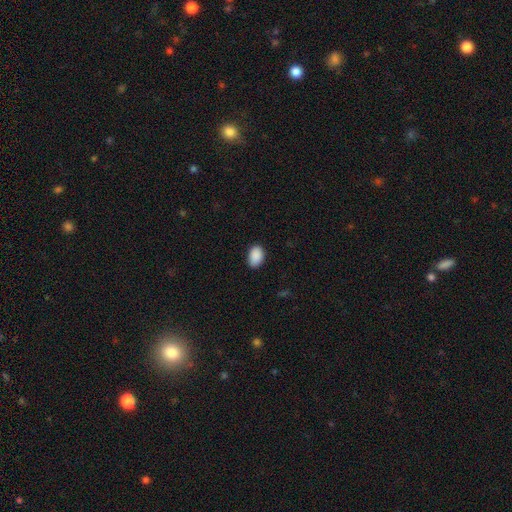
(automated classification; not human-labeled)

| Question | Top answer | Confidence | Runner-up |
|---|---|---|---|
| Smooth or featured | smooth | 91% | star or artifact (7%) |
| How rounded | in between | 90% | round (9%) |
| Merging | none | 87% | minor disturbance (10%) |